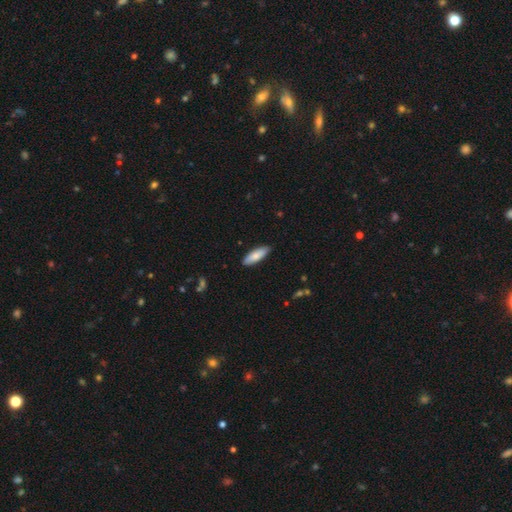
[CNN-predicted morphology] A smooth galaxy with no disk features (81%) that is in between round and cigar-shaped (54%).

Vote fractions:
- Smooth or featured? smooth: 81% / featured or disk: 13% / star or artifact: 6%
- How rounded? in between: 54% / cigar-shaped: 45% / round: 2%
- Merging? none: 87% / minor disturbance: 10% / major disturbance: 2% / merger: 1%